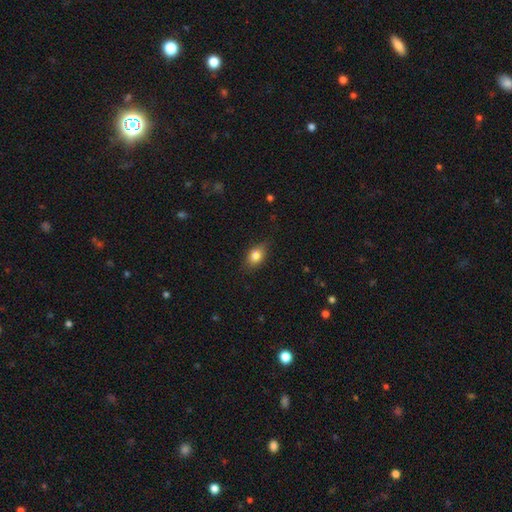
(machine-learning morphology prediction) Q: Smooth or featured?
A: smooth (79%); runner-up: featured or disk (12%)
Q: How rounded?
A: in between (77%); runner-up: round (19%)
Q: Merging?
A: none (76%); runner-up: minor disturbance (19%)